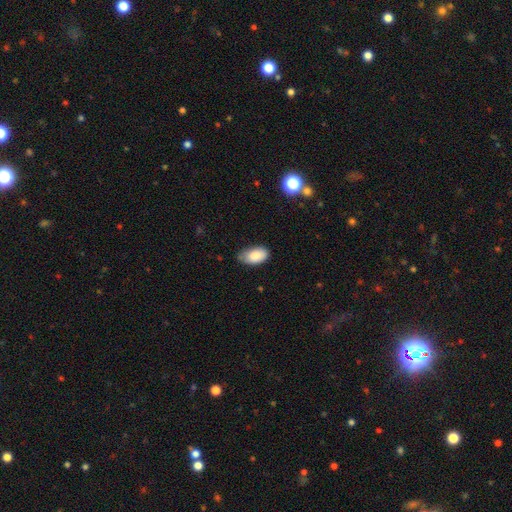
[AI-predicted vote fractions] The model was most divided on "merging": none: 59%, minor disturbance: 34%, major disturbance: 5%, merger: 2%. More confident: how rounded — in between (95%); smooth or featured — smooth (86%).